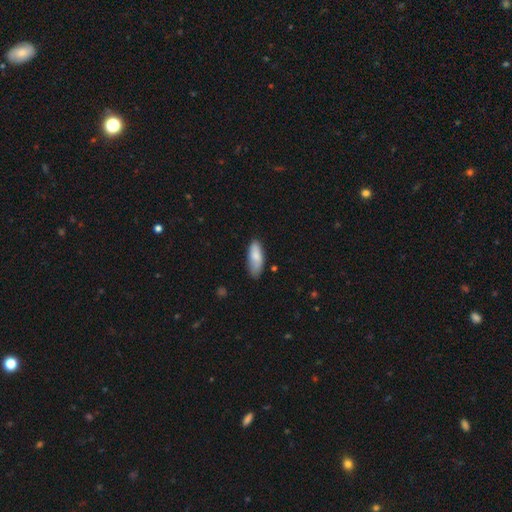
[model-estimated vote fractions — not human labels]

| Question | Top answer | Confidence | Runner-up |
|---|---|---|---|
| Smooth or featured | smooth | 82% | featured or disk (12%) |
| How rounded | in between | 75% | cigar-shaped (23%) |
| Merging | none | 70% | minor disturbance (24%) |